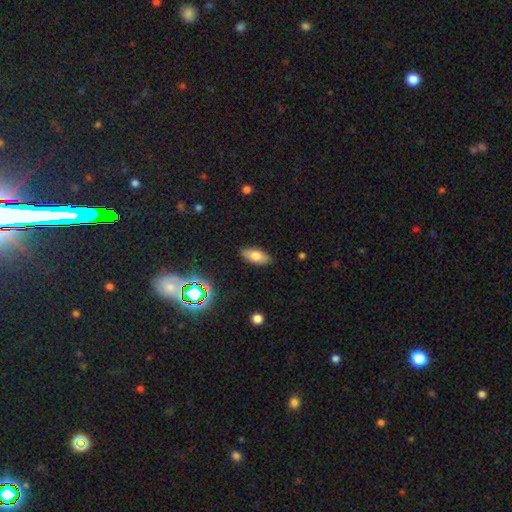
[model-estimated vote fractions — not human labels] Smooth or featured: smooth — 77% (featured or disk — 13%)
How rounded: in between — 85% (cigar-shaped — 11%)
Merging: none — 87% (minor disturbance — 10%)